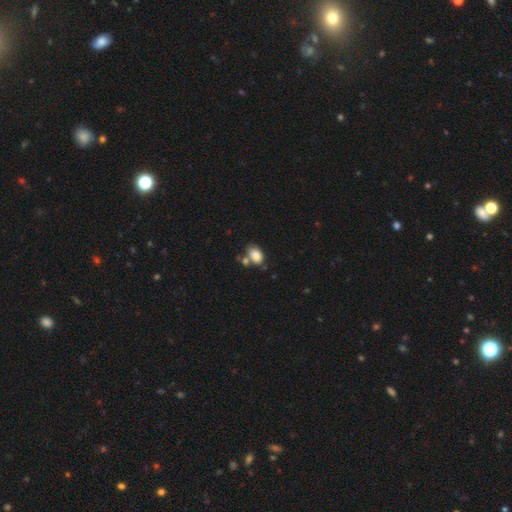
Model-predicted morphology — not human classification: Smooth or featured: smooth — 83% (star or artifact — 9%)
How rounded: in between — 82% (round — 17%)
Merging: none — 52% (merger — 28%)